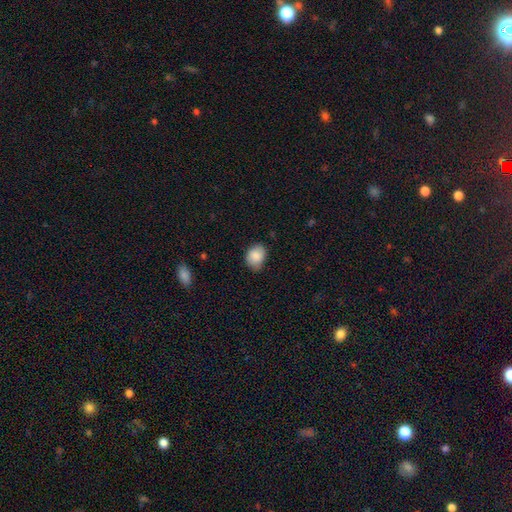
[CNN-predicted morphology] This is clearly a smooth galaxy (86%). How rounded: possibly in between (57%). Merging: likely none (69%).